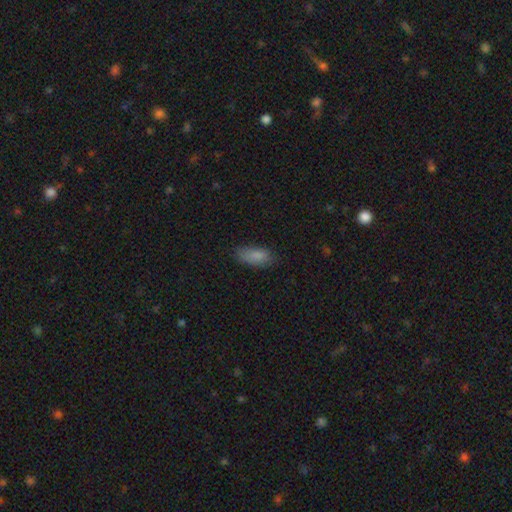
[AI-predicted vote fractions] Overall: smooth (85%). How rounded: in between (86%). Merging: none (73%).